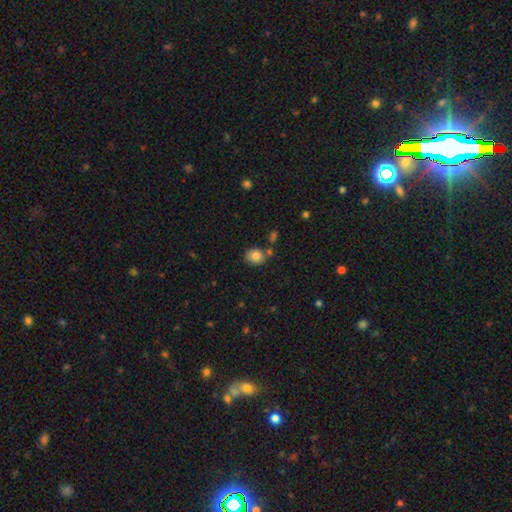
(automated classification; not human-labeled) smooth-or-featured: smooth: 83% | star or artifact: 10% | featured or disk: 8%
  how-rounded: round: 68% | in between: 31% | cigar-shaped: 1%
  merging: none: 72% | minor disturbance: 13% | merger: 11% | major disturbance: 3%